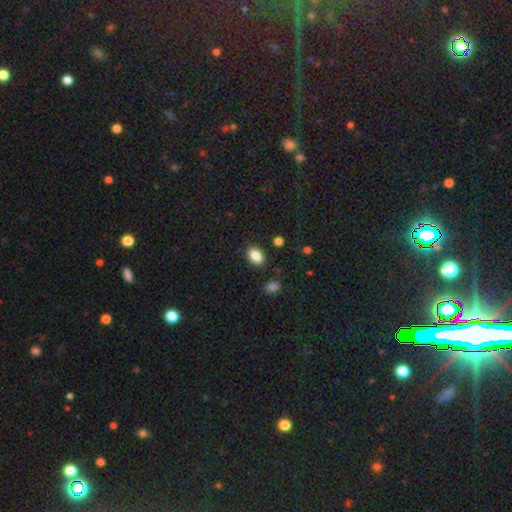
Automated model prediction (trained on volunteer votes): Smooth or featured? Predicted: smooth (p=0.86). How rounded? Predicted: in between (p=0.77). Merging? Predicted: none (p=0.86).